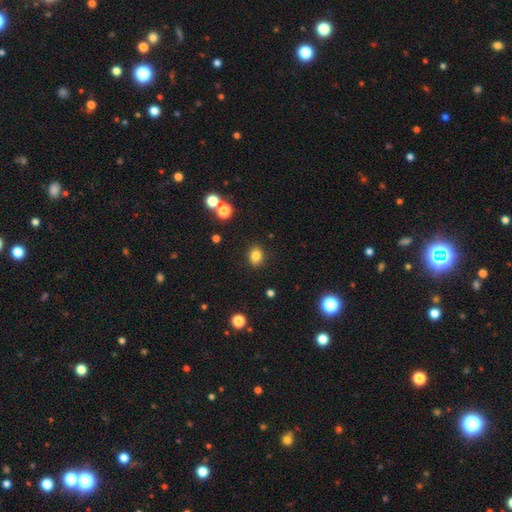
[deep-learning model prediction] A smooth galaxy with no disk features (82%) that is round (51%).

Vote fractions:
- Smooth or featured? smooth: 82% / star or artifact: 12% / featured or disk: 6%
- How rounded? round: 51% / in between: 48% / cigar-shaped: 1%
- Merging? none: 88% / minor disturbance: 8% / major disturbance: 2% / merger: 2%